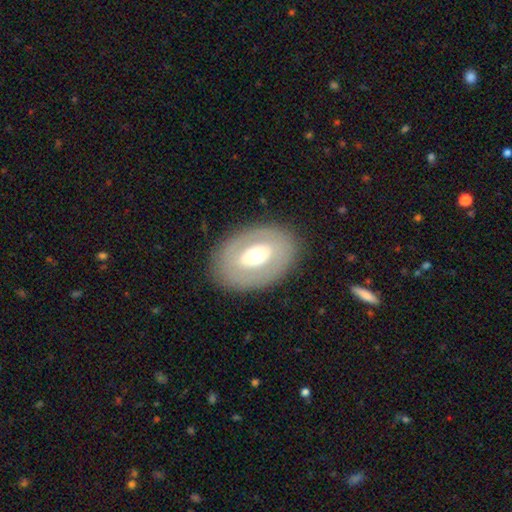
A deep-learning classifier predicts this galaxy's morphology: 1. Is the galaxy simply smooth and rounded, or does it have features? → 50% featured or disk, 43% smooth, 7% star or artifact.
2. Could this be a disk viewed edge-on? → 91% no, 9% yes.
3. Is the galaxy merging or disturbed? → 83% none, 10% minor disturbance, 5% major disturbance, 1% merger.